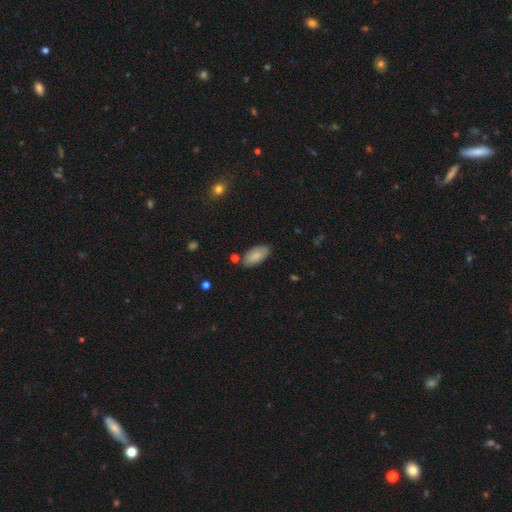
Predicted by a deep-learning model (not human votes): The model was most divided on "merging": none: 80%, minor disturbance: 13%, merger: 4%, major disturbance: 3%. More confident: how rounded — in between (92%); smooth or featured — smooth (82%).